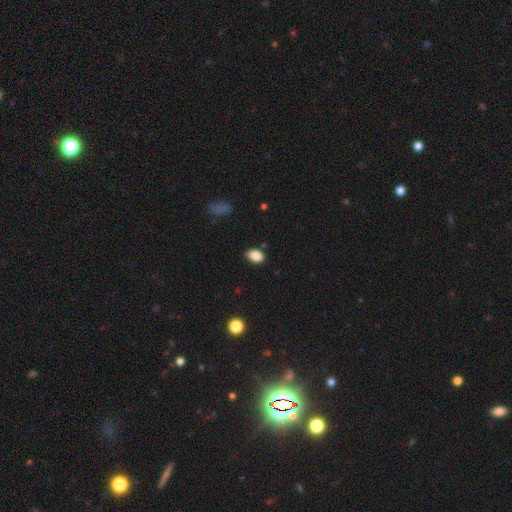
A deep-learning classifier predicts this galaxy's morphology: Smooth or featured?
  - smooth: 86% *
  - star or artifact: 9%
  - featured or disk: 5%
How rounded?
  - in between: 81% *
  - round: 18%
  - cigar-shaped: 1%
Merging?
  - none: 70% *
  - minor disturbance: 24%
  - major disturbance: 4%
  - merger: 3%